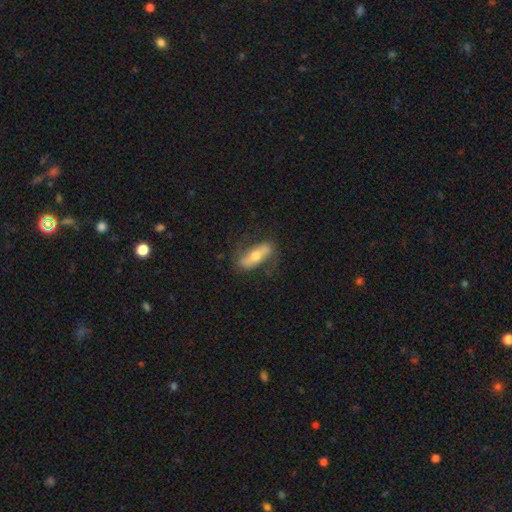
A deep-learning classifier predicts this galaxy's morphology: smooth-or-featured: featured or disk: 56% | smooth: 38% | star or artifact: 6%
  disk-edge-on: no: 64% | yes: 36%
  merging: none: 74% | minor disturbance: 17% | major disturbance: 8% | merger: 1%